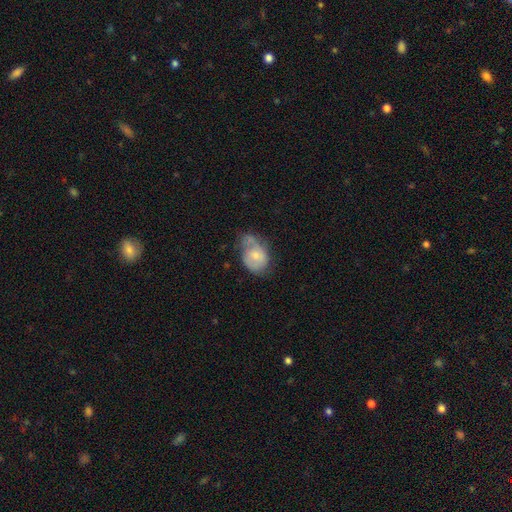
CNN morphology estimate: Overall: smooth (55%; featured or disk 38%). How rounded: in between (74%). Merging: minor disturbance (39%; none 31%).